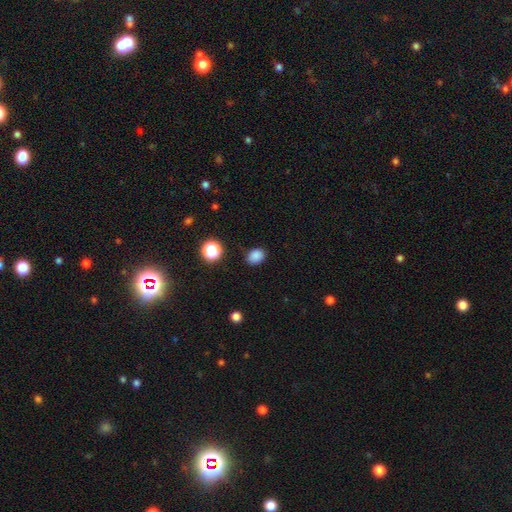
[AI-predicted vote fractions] smooth 85%, star or artifact 12%, featured or disk 3%. Down the decision tree: how rounded — in between (50%); merging — none (86%).